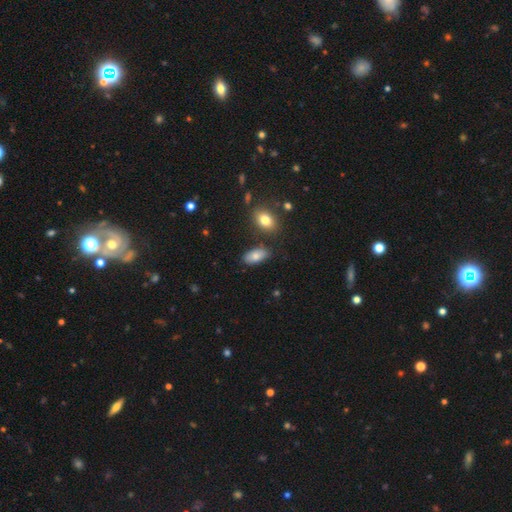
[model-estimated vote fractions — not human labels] Overall: smooth (82%). How rounded: in between (92%). Merging: none (80%).